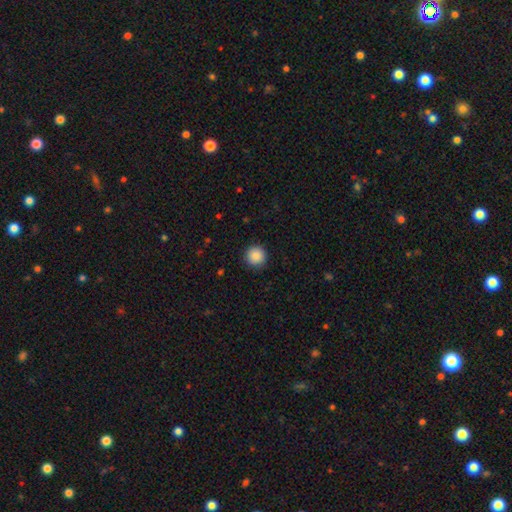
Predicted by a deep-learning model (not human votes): The model was most divided on "smooth or featured": smooth: 88%, star or artifact: 9%, featured or disk: 3%. More confident: how rounded — round (96%); merging — none (92%).